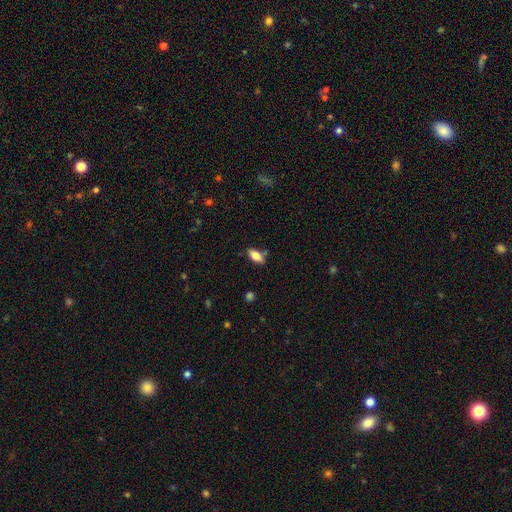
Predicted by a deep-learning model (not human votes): This appears to be a smooth galaxy with no disk features (74%) that is in between round and cigar-shaped (84%). Merging: none (78%).